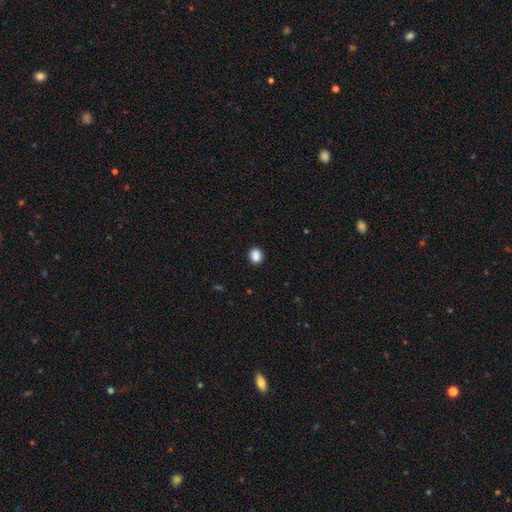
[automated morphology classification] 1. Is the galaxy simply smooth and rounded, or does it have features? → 87% smooth, 10% star or artifact, 3% featured or disk.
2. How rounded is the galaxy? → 68% round, 31% in between, 1% cigar-shaped.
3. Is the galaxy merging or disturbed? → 89% none, 7% minor disturbance, 2% major disturbance, 1% merger.